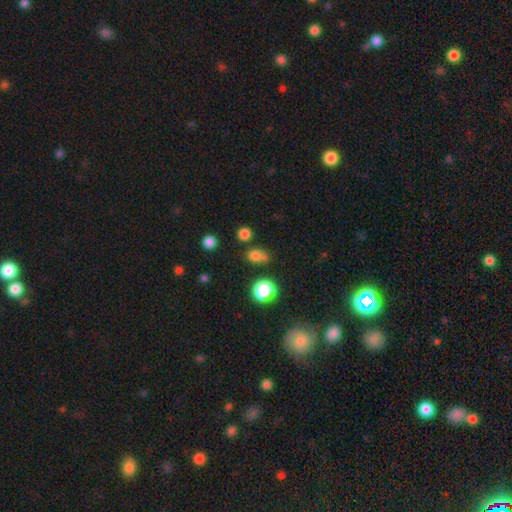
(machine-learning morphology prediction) Q: Smooth or featured?
A: smooth (75%); runner-up: star or artifact (19%)
Q: How rounded?
A: round (70%); runner-up: in between (28%)
Q: Merging?
A: none (65%); runner-up: merger (15%)